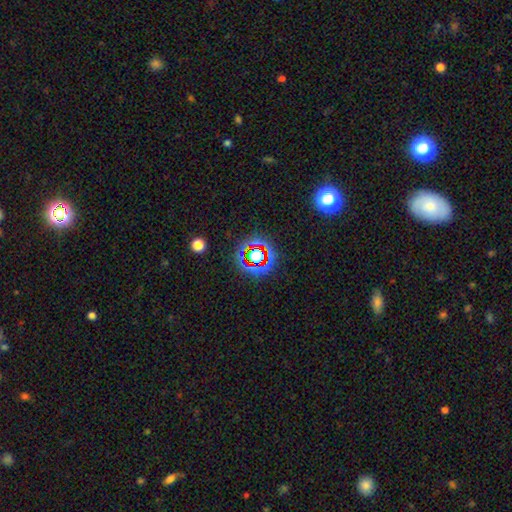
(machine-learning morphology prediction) smooth_or_featured: star or artifact (p=0.65) [alt: smooth p=0.22]